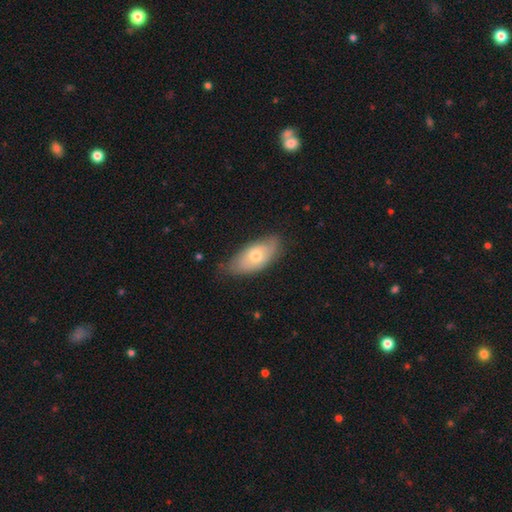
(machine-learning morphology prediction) Smooth or featured?
  - smooth: 58% *
  - featured or disk: 36%
  - star or artifact: 6%
How rounded?
  - in between: 89% *
  - cigar-shaped: 8%
  - round: 3%
Merging?
  - none: 67% *
  - minor disturbance: 27%
  - major disturbance: 5%
  - merger: 1%